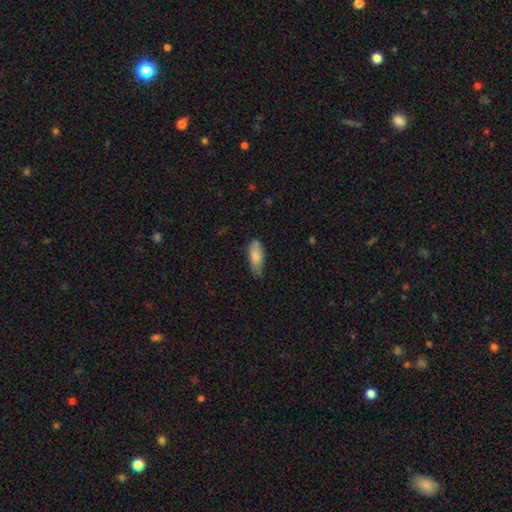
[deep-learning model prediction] Overall: smooth (82%). How rounded: in between (77%). Merging: none (68%).